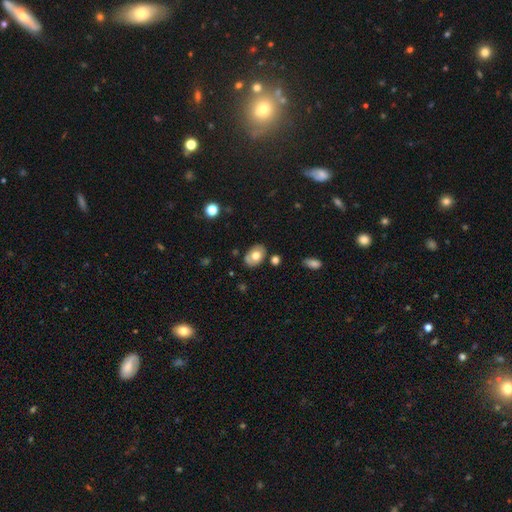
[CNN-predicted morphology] type=smooth (64%); roundness=in between (84%); merging=none (80%).